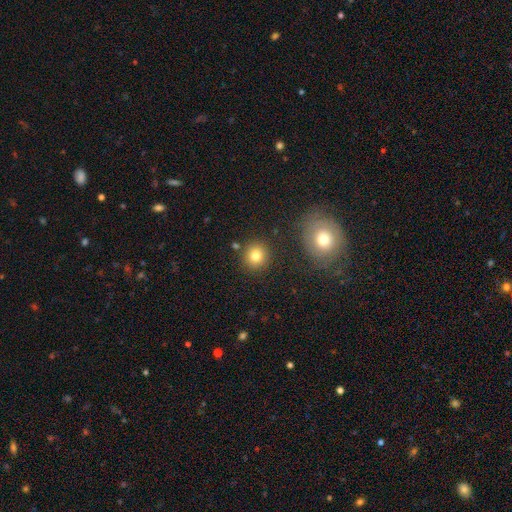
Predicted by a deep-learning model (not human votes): Q: Smooth or featured?
A: smooth (80%); runner-up: star or artifact (12%)
Q: How rounded?
A: round (90%); runner-up: in between (9%)
Q: Merging?
A: none (85%); runner-up: minor disturbance (7%)